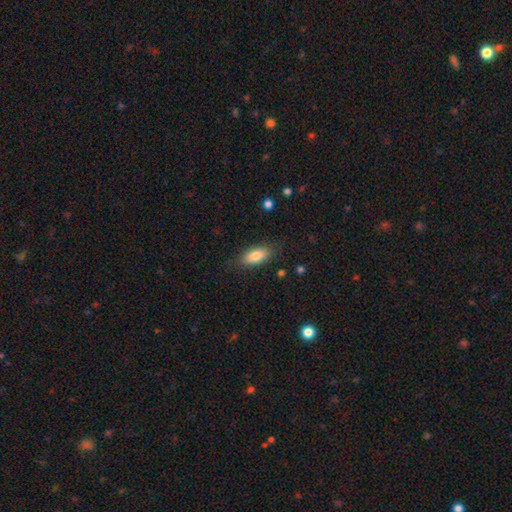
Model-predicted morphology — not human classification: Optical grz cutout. It shows a smooth galaxy with no disk features (83%) that is in between round and cigar-shaped (88%). Merging: none (82%).